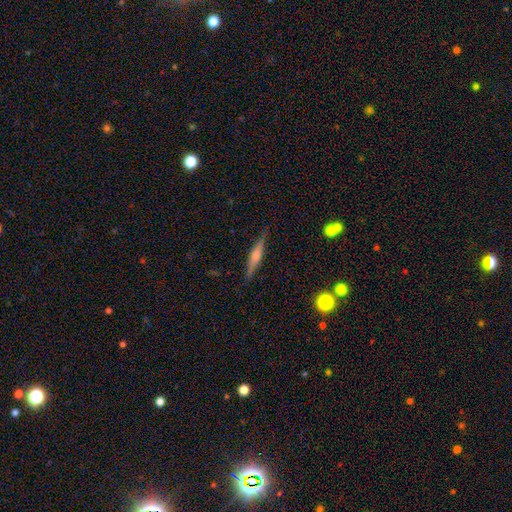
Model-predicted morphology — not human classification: The model was most divided on "smooth or featured": featured or disk: 57%, smooth: 36%, star or artifact: 7%. More confident: edge-on disk — yes (96%); merging — none (87%); edge-on bulge — rounded (62%).